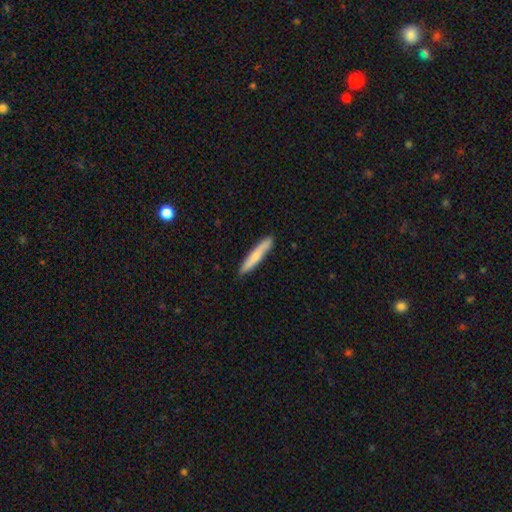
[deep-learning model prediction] Smooth or featured?
  - smooth: 70% *
  - featured or disk: 25%
  - star or artifact: 5%
How rounded?
  - cigar-shaped: 93% *
  - in between: 6%
  - round: 1%
Merging?
  - none: 88% *
  - minor disturbance: 10%
  - major disturbance: 2%
  - merger: 1%